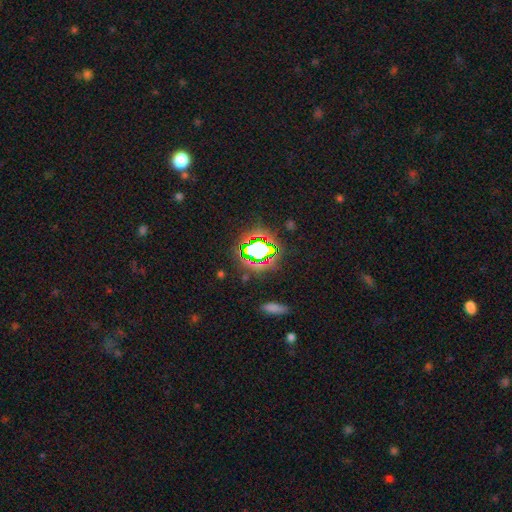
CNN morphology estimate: smooth_or_featured: star or artifact (p=0.76) [alt: smooth p=0.16]